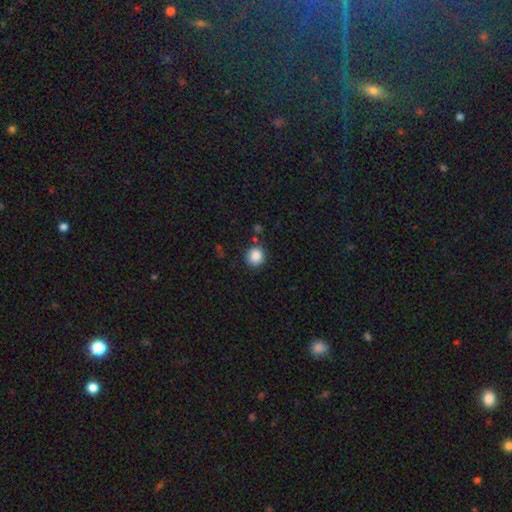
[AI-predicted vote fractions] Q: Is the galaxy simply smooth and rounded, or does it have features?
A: smooth — 87%.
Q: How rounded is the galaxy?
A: round — 89%.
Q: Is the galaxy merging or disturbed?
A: none — 85%.